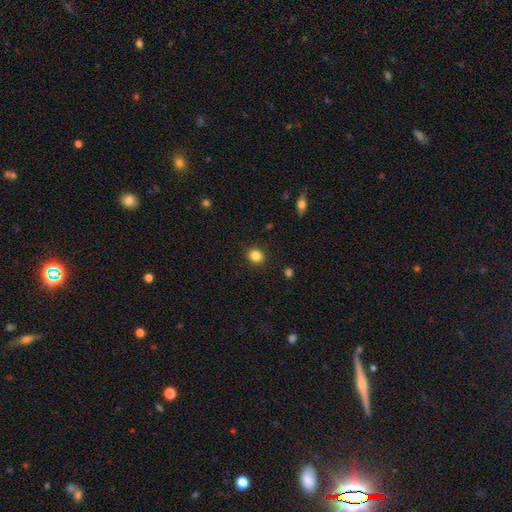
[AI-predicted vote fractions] A smooth galaxy with no disk features (84%) that is round (80%). Merging: none (91%).